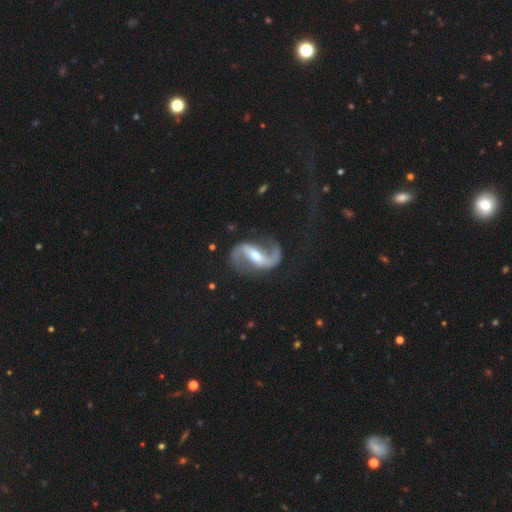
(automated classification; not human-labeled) Smooth or featured: featured or disk — 92% (star or artifact — 4%)
Edge-on disk: no — 97% (yes — 3%)
Bar: strong — 53% (weak — 29%)
Spiral arms: yes — 97% (no — 3%)
Spiral winding: loose — 57% (medium — 34%)
Spiral arm count: 2 — 94% (1 — 2%)
Bulge size: moderate — 60% (small — 34%)
Merging: none — 79% (minor disturbance — 12%)